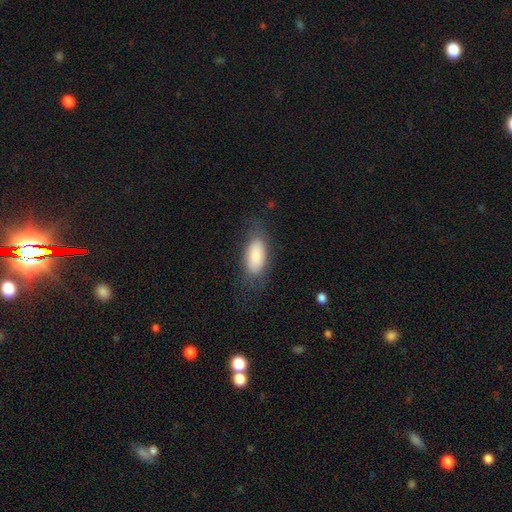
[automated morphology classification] Smooth or featured?
  - smooth: 83% *
  - featured or disk: 10%
  - star or artifact: 6%
How rounded?
  - in between: 90% *
  - cigar-shaped: 7%
  - round: 3%
Merging?
  - none: 70% *
  - minor disturbance: 19%
  - major disturbance: 9%
  - merger: 1%